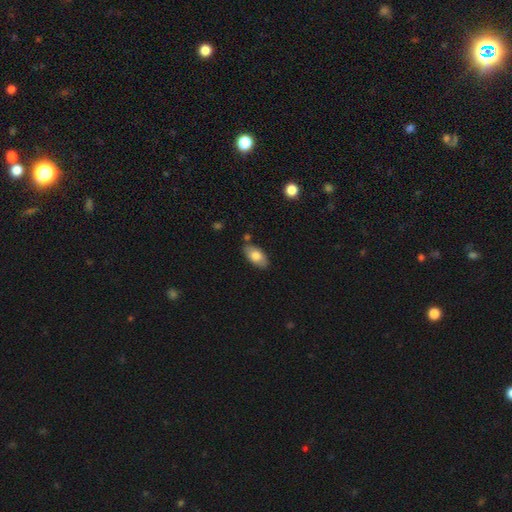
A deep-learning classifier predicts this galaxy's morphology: Smooth or featured? Predicted: smooth (p=0.76). How rounded? Predicted: in between (p=0.93). Merging? Predicted: none (p=0.80).